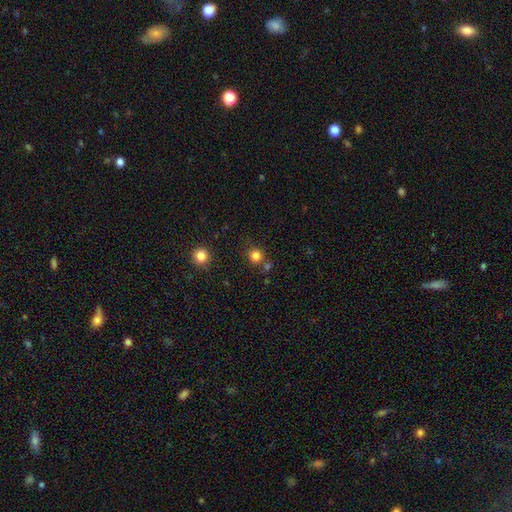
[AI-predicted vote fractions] Overall: smooth (81%). How rounded: round (92%). Merging: none (78%).